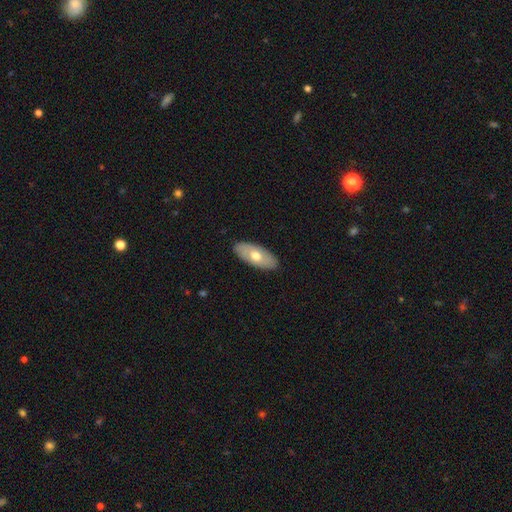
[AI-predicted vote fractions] The model was most divided on "smooth or featured": smooth: 59%, featured or disk: 36%, star or artifact: 5%. More confident: merging — none (88%); how rounded — in between (88%).